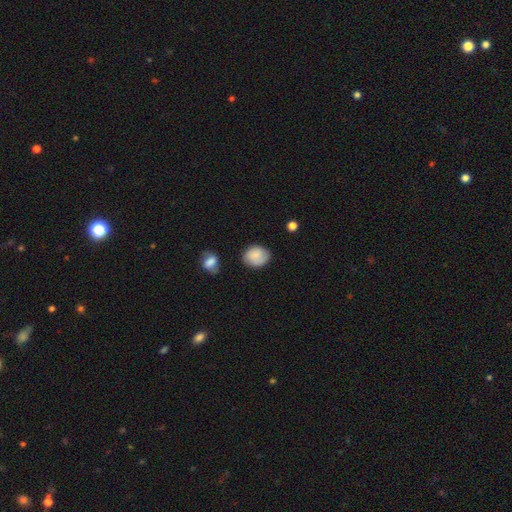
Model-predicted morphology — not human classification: Smooth or featured?
  - smooth: 74% *
  - featured or disk: 18%
  - star or artifact: 8%
How rounded?
  - round: 58% *
  - in between: 42%
  - cigar-shaped: 1%
Merging?
  - none: 75% *
  - minor disturbance: 18%
  - major disturbance: 4%
  - merger: 3%